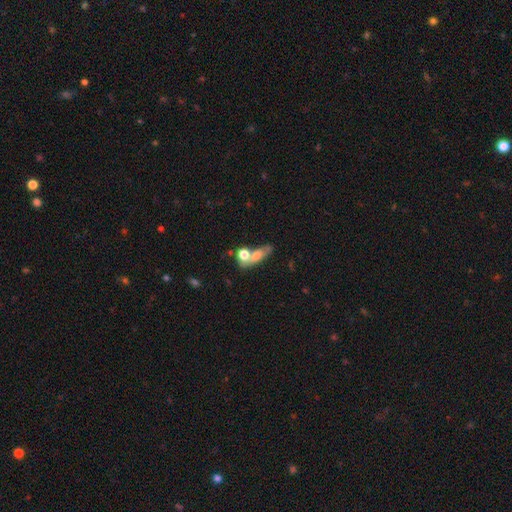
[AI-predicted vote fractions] This appears to be a smooth galaxy with no disk features (62%) that is in between round and cigar-shaped (49%). Merging: merger (42%).